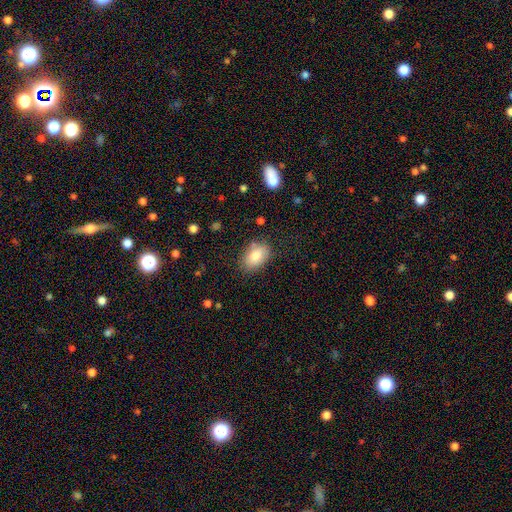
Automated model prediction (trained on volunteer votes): A smooth galaxy with no disk features (82%) that is in between round and cigar-shaped (88%). Merging: none (79%).